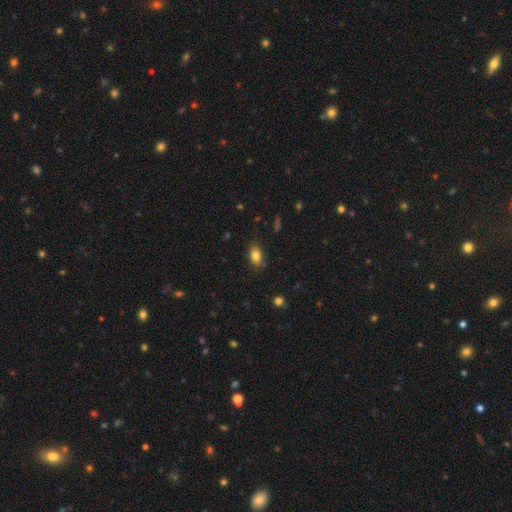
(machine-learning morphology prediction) This appears to be a smooth galaxy with no disk features (82%) that is in between round and cigar-shaped (84%). Merging: none (79%).